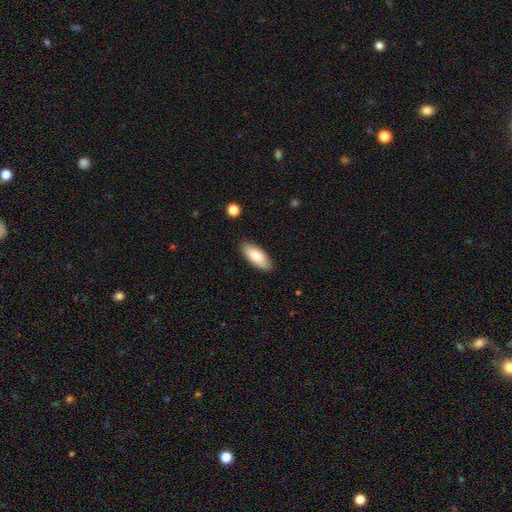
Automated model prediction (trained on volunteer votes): Overall: smooth (78%). How rounded: in between (81%). Merging: none (87%).